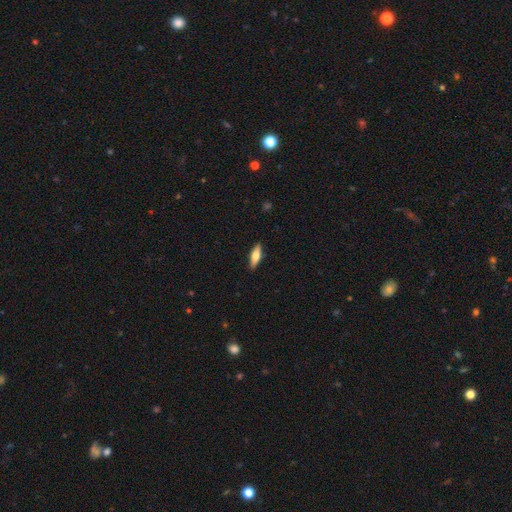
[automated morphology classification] smooth_or_featured: smooth (p=0.63) [alt: featured or disk p=0.31]
how_rounded: cigar-shaped (p=0.50) [alt: in between p=0.48]
merging: none (p=0.89) [alt: minor disturbance p=0.08]